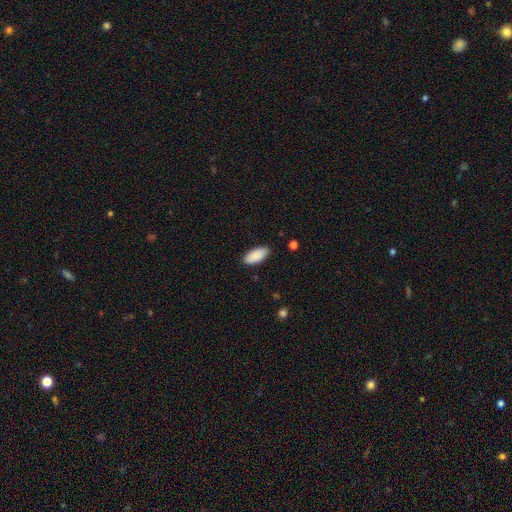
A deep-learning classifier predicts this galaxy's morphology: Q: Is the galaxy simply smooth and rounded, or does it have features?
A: smooth — 89%.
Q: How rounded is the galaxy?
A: in between — 88%.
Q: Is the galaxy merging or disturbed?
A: none — 86%.